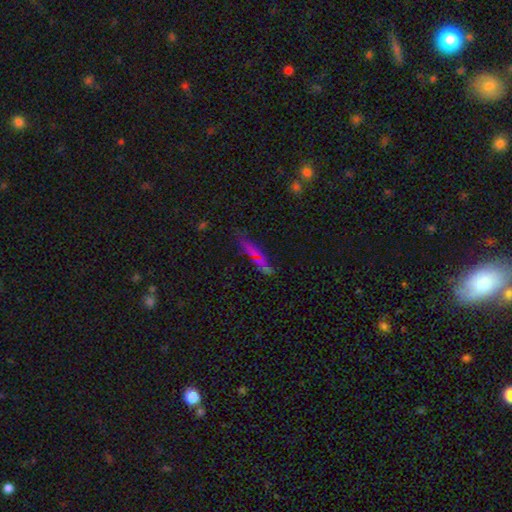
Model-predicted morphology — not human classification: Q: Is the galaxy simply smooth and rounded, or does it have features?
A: smooth — 57%.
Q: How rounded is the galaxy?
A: cigar-shaped — 76%.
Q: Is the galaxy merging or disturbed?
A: none — 70%.